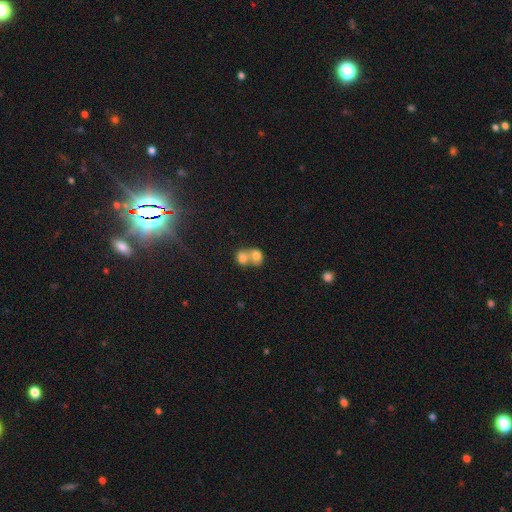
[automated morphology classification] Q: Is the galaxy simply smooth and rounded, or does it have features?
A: smooth — 73%.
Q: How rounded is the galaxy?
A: round — 55%.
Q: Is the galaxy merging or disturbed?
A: merger — 78%.